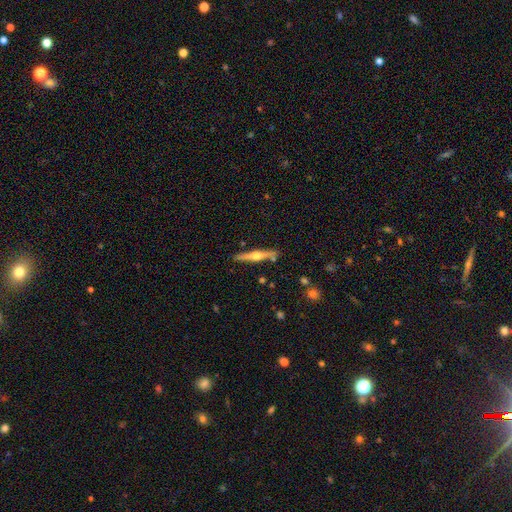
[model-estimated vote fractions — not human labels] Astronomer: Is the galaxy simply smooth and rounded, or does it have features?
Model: featured or disk — 69%.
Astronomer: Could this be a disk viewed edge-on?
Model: yes — 97%.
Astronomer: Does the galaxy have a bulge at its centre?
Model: rounded — 93%.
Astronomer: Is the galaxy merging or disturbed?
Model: none — 87%.